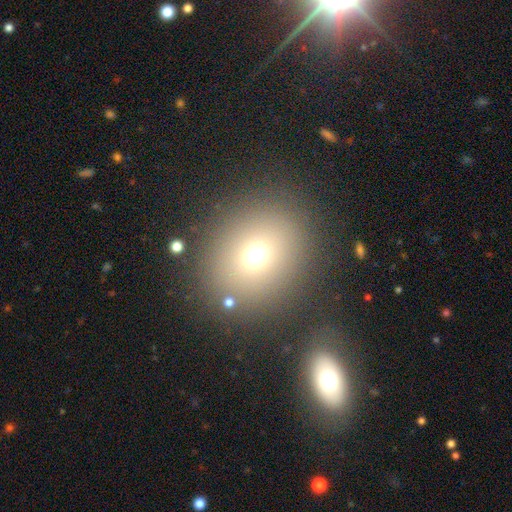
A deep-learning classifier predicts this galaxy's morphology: Smooth or featured? smooth (68%)
How rounded? round (72%)
Merging? none (82%)